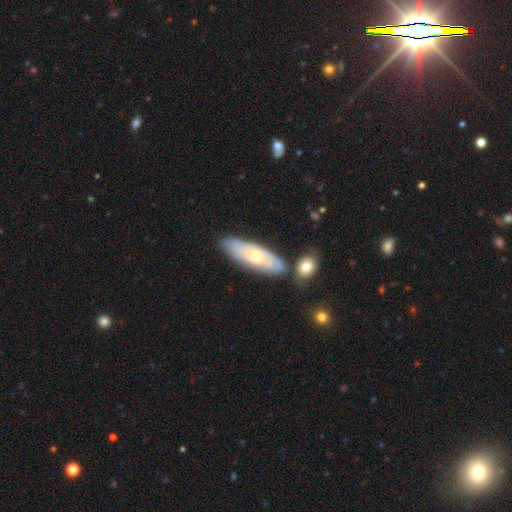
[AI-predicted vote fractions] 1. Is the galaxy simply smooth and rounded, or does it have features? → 63% featured or disk, 31% smooth, 6% star or artifact.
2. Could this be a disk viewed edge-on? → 75% no, 25% yes.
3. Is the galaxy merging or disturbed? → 70% none, 16% minor disturbance, 10% merger, 4% major disturbance.